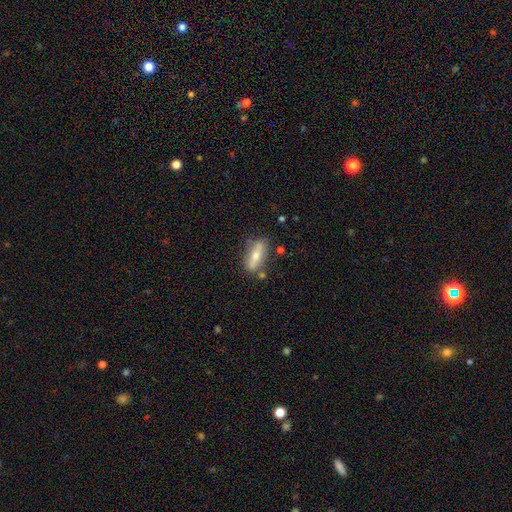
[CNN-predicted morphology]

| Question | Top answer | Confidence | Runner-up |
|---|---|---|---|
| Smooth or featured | smooth | 51% | featured or disk (42%) |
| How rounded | in between | 50% | cigar-shaped (46%) |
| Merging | none | 77% | minor disturbance (14%) |